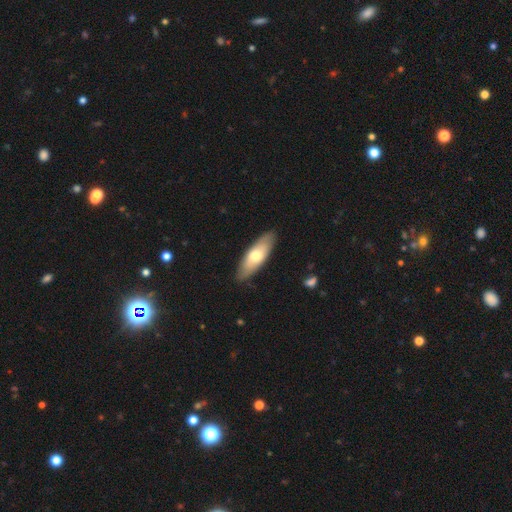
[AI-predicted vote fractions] This appears to be a smooth galaxy with no disk features (64%) that is in between round and cigar-shaped (62%). Merging: none (86%).